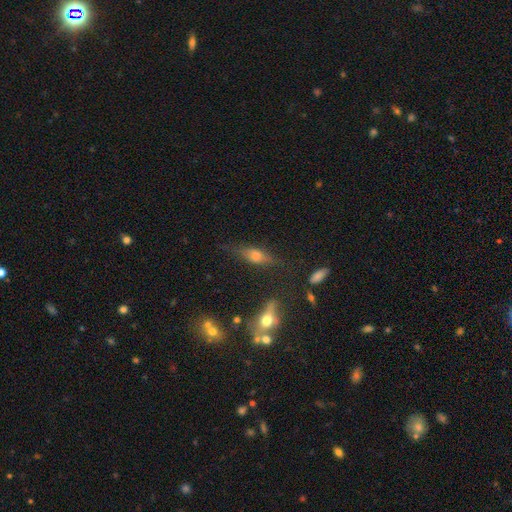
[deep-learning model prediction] smooth-or-featured: featured or disk: 49% | smooth: 39% | star or artifact: 12%
  merging: none: 68% | minor disturbance: 20% | major disturbance: 8% | merger: 4%